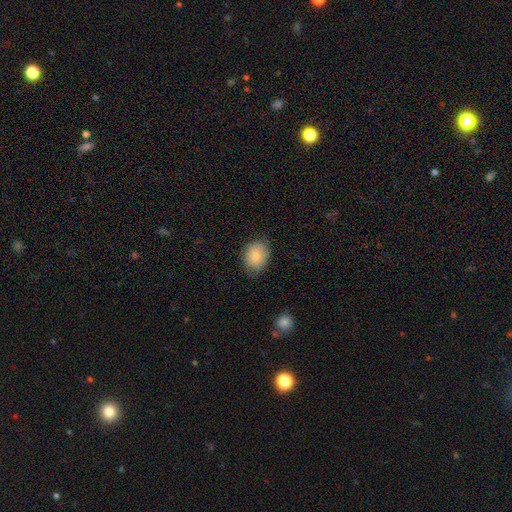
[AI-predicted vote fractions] Smooth or featured? Predicted: smooth (p=0.80). How rounded? Predicted: in between (p=0.61). Merging? Predicted: none (p=0.67).